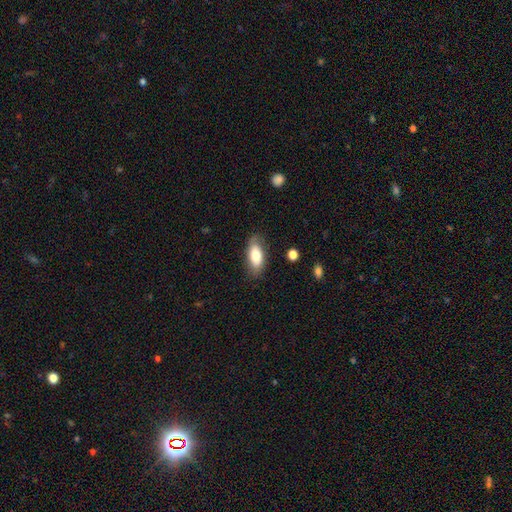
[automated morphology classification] Q: Smooth or featured?
A: smooth (74%); runner-up: featured or disk (19%)
Q: How rounded?
A: in between (89%); runner-up: cigar-shaped (8%)
Q: Merging?
A: none (77%); runner-up: minor disturbance (17%)